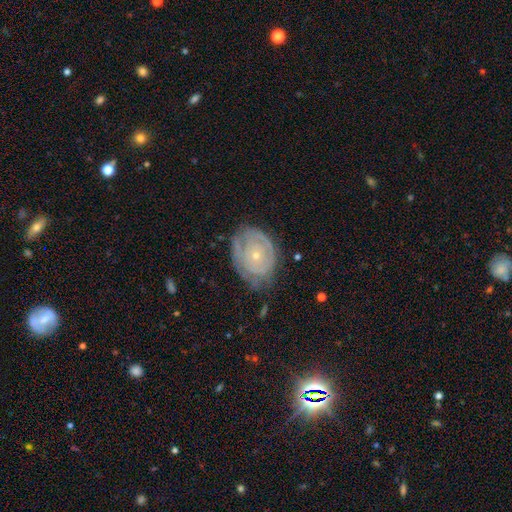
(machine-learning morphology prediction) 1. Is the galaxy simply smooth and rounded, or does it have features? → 74% featured or disk, 20% smooth, 6% star or artifact.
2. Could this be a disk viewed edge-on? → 97% no, 3% yes.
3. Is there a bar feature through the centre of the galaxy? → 85% no, 12% weak, 3% strong.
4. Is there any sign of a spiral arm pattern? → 77% yes, 23% no.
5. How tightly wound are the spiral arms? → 77% tight, 17% medium, 6% loose.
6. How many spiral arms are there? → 52% can't tell, 21% 2, 11% 3, 6% 1, 6% 4, 4% more than 4.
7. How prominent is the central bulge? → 77% small, 20% moderate, 1% none, 1% large, 1% dominant.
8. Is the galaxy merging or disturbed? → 65% none, 24% minor disturbance, 9% major disturbance, 2% merger.